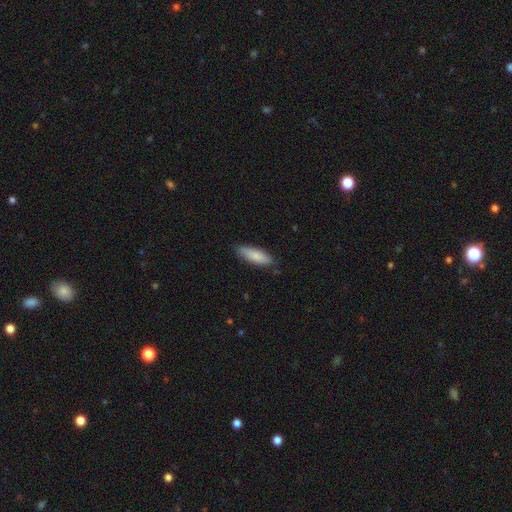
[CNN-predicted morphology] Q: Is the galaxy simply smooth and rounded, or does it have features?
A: smooth — 83%.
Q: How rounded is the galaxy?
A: in between — 56%.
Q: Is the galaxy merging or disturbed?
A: none — 80%.